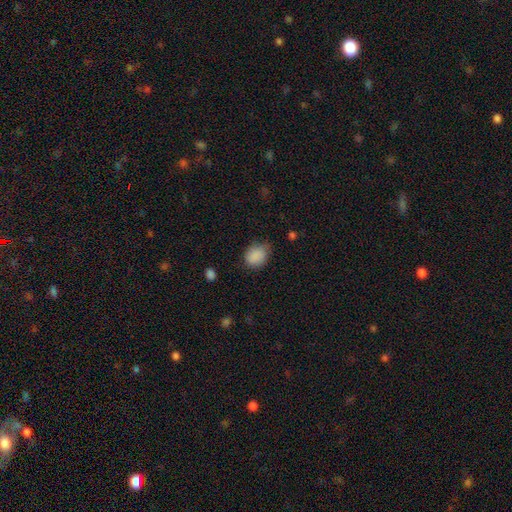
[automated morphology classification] Overall: smooth (87%). How rounded: round (50%; in between 49%). Merging: none (65%; minor disturbance 28%).